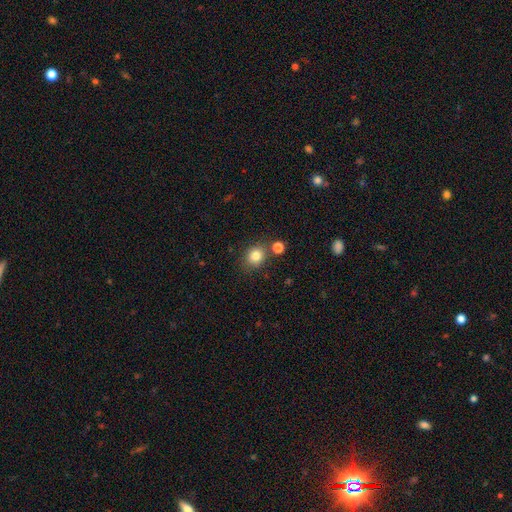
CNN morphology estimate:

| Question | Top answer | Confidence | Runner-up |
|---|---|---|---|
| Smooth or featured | smooth | 82% | star or artifact (11%) |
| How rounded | round | 72% | in between (27%) |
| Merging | none | 74% | minor disturbance (12%) |